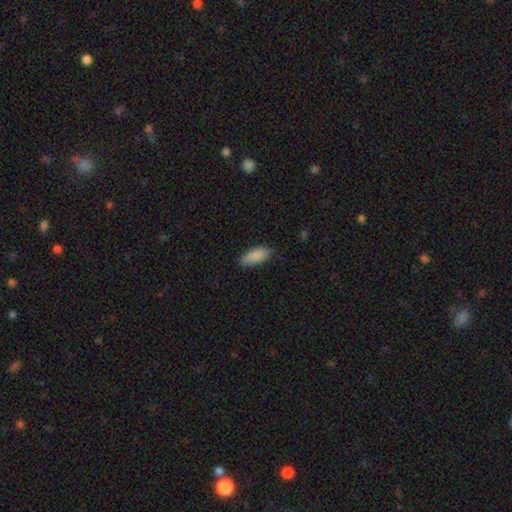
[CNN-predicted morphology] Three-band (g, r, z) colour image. It shows a smooth galaxy with no disk features (88%) that is in between round and cigar-shaped (85%). Merging: none (81%).